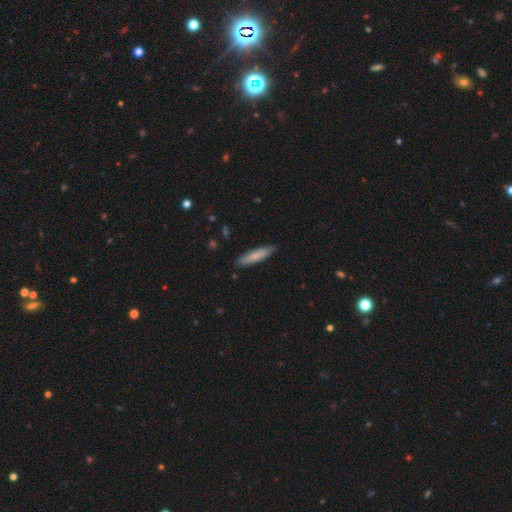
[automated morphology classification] type=smooth (77%); roundness=cigar-shaped (85%); merging=none (88%).